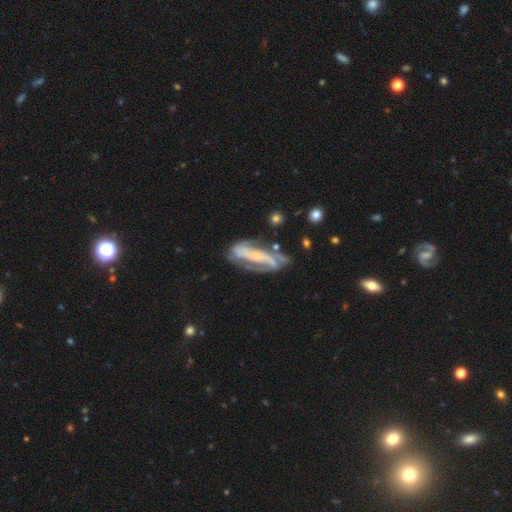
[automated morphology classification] Q: Smooth or featured?
A: featured or disk (86%); runner-up: smooth (9%)
Q: Edge-on disk?
A: no (90%); runner-up: yes (10%)
Q: Bar?
A: strong (49%); runner-up: no (26%)
Q: Spiral arms?
A: yes (93%); runner-up: no (7%)
Q: Spiral winding?
A: medium (43%); runner-up: tight (32%)
Q: Spiral arm count?
A: 2 (79%); runner-up: can't tell (9%)
Q: Bulge size?
A: small (68%); runner-up: moderate (26%)
Q: Merging?
A: none (65%); runner-up: minor disturbance (20%)